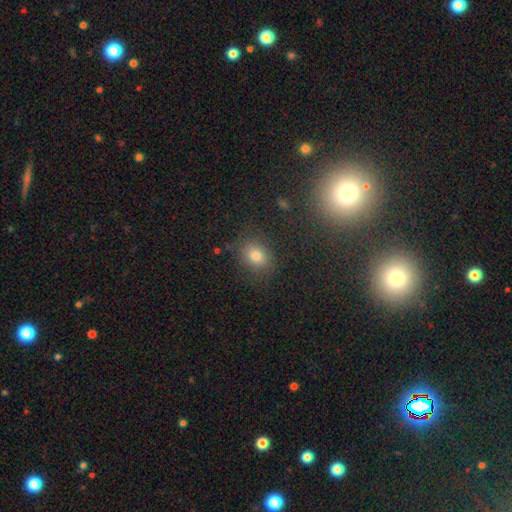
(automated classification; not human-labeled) smooth_or_featured: smooth (p=0.77) [alt: star or artifact p=0.16]
how_rounded: round (p=0.52) [alt: in between p=0.47]
merging: none (p=0.82) [alt: minor disturbance p=0.11]